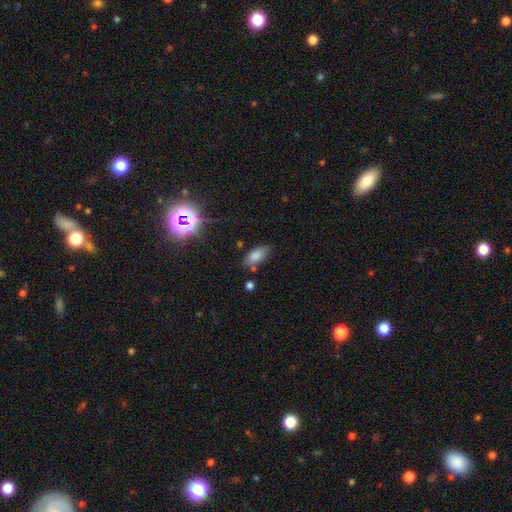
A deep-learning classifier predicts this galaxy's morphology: Smooth or featured?
  - smooth: 79% *
  - star or artifact: 12%
  - featured or disk: 9%
How rounded?
  - in between: 89% *
  - cigar-shaped: 8%
  - round: 3%
Merging?
  - none: 75% *
  - minor disturbance: 15%
  - merger: 6%
  - major disturbance: 4%